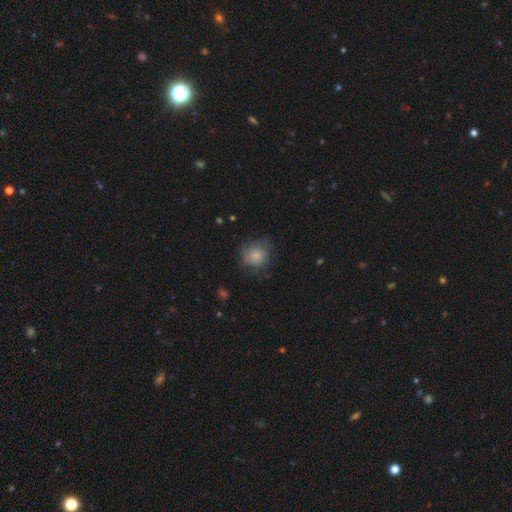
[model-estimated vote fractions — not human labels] Morphology: type=smooth (79%); roundness=round (83%); merging=none (65%).